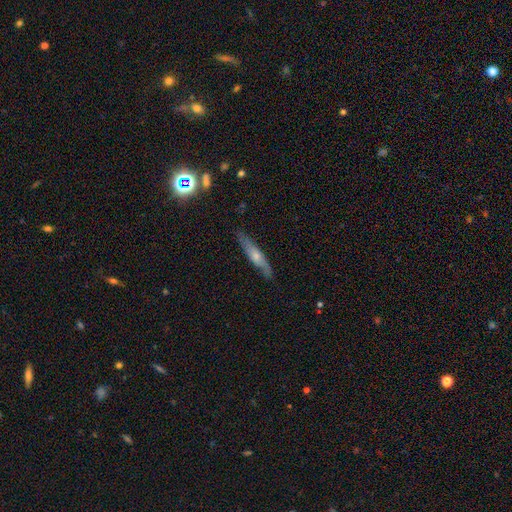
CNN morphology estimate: This is possibly a featured or disk galaxy (54%). It is likely viewed edge-on (71%). Merging: likely none (77%).